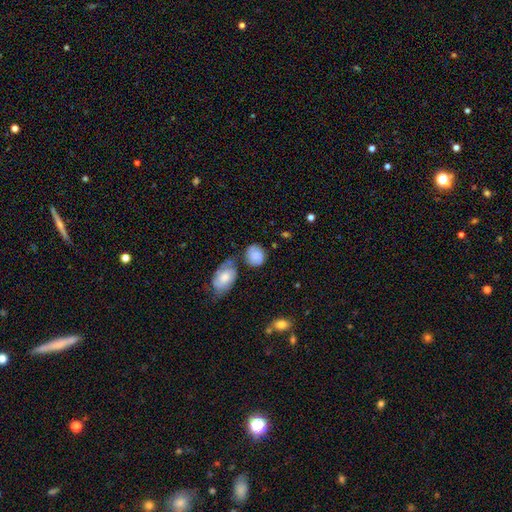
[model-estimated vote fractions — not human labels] Q: Smooth or featured?
A: smooth (71%); runner-up: featured or disk (21%)
Q: How rounded?
A: round (60%); runner-up: in between (38%)
Q: Merging?
A: none (54%); runner-up: minor disturbance (23%)